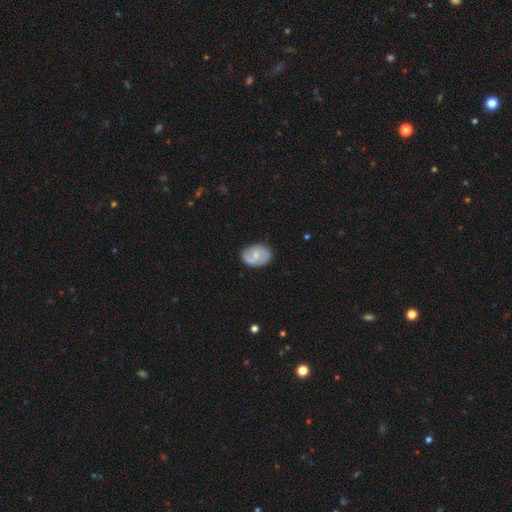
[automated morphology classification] This is possibly a featured or disk galaxy (56%). It is clearly not viewed edge-on (97%). Bar: possibly no (53%). Spiral arm pattern: likely yes (79%). Central bulge: possibly small (54%). Merging: likely none (70%).